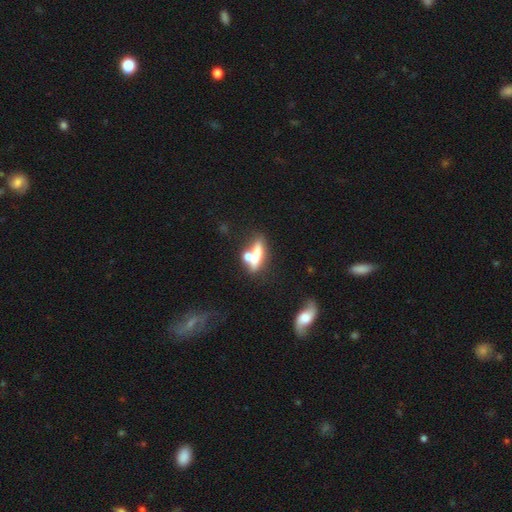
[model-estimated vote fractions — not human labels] Q: Smooth or featured?
A: smooth (53%); runner-up: featured or disk (37%)
Q: How rounded?
A: cigar-shaped (58%); runner-up: in between (34%)
Q: Merging?
A: none (44%); runner-up: merger (36%)